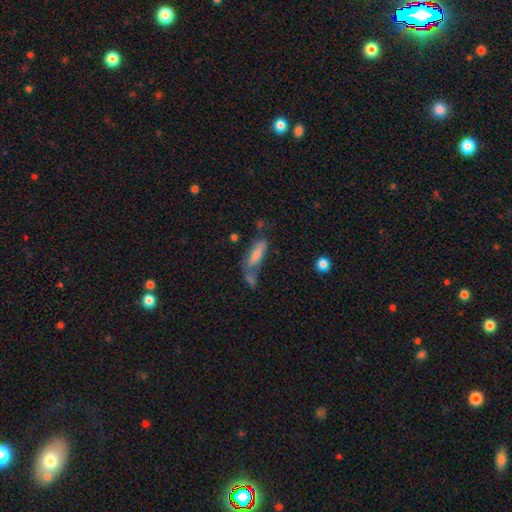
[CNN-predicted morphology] Smooth or featured? Predicted: smooth (p=0.65). How rounded? Predicted: in between (p=0.50). Merging? Predicted: none (p=0.33).